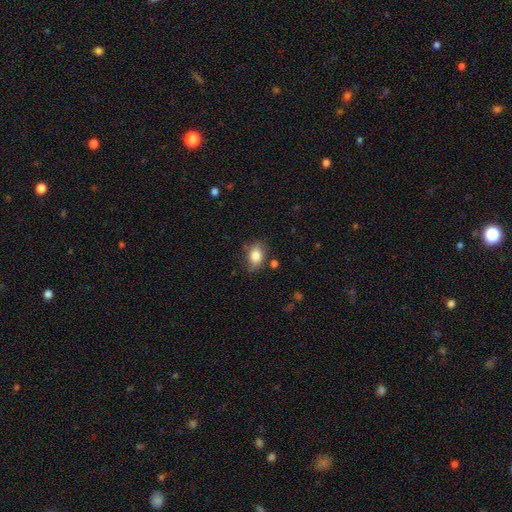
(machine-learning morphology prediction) smooth-or-featured: smooth: 80% | featured or disk: 12% | star or artifact: 8%
  how-rounded: in between: 81% | round: 17% | cigar-shaped: 2%
  merging: none: 67% | minor disturbance: 23% | major disturbance: 6% | merger: 4%